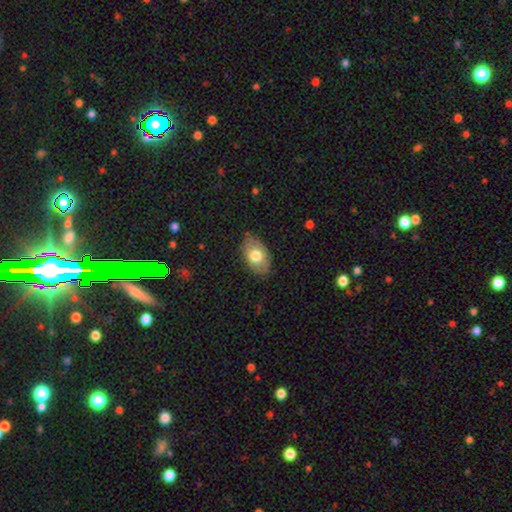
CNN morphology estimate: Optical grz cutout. It shows a smooth galaxy with no disk features (72%) that is in between round and cigar-shaped (88%). Merging: none (78%).